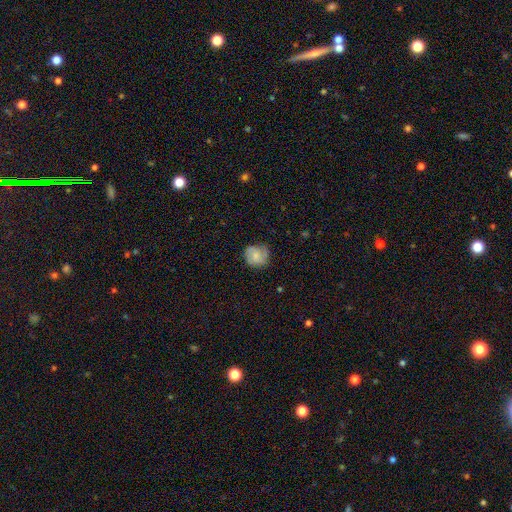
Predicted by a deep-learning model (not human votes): smooth 64%, featured or disk 28%, star or artifact 8%. Down the decision tree: how rounded — round (81%); merging — none (68%).